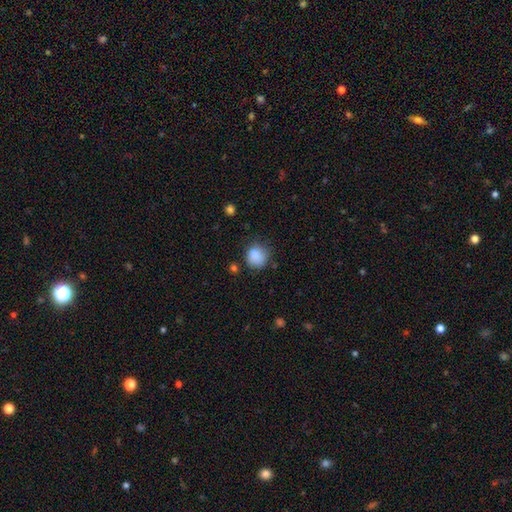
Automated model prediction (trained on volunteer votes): smooth_or_featured: smooth (p=0.86) [alt: star or artifact p=0.09]
how_rounded: round (p=0.79) [alt: in between p=0.20]
merging: none (p=0.68) [alt: minor disturbance p=0.23]